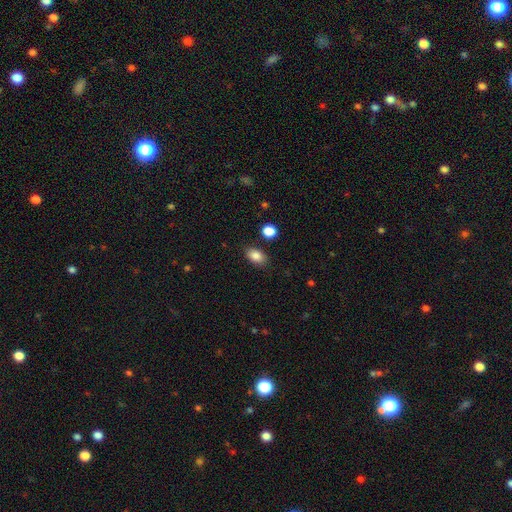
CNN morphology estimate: Q: Smooth or featured?
A: smooth (85%); runner-up: star or artifact (9%)
Q: How rounded?
A: in between (86%); runner-up: round (13%)
Q: Merging?
A: none (84%); runner-up: minor disturbance (10%)